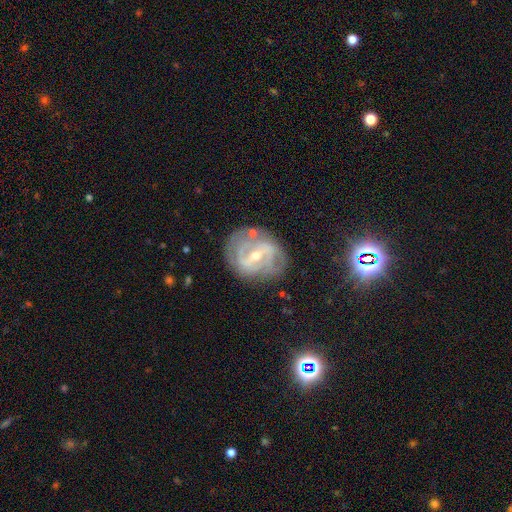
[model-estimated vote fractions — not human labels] Q: Smooth or featured?
A: featured or disk (84%); runner-up: smooth (8%)
Q: Edge-on disk?
A: no (96%); runner-up: yes (4%)
Q: Bar?
A: strong (49%); runner-up: weak (38%)
Q: Spiral arms?
A: yes (88%); runner-up: no (12%)
Q: Spiral winding?
A: tight (44%); runner-up: medium (40%)
Q: Spiral arm count?
A: 2 (54%); runner-up: can't tell (24%)
Q: Bulge size?
A: small (55%); runner-up: moderate (42%)
Q: Merging?
A: none (70%); runner-up: minor disturbance (19%)